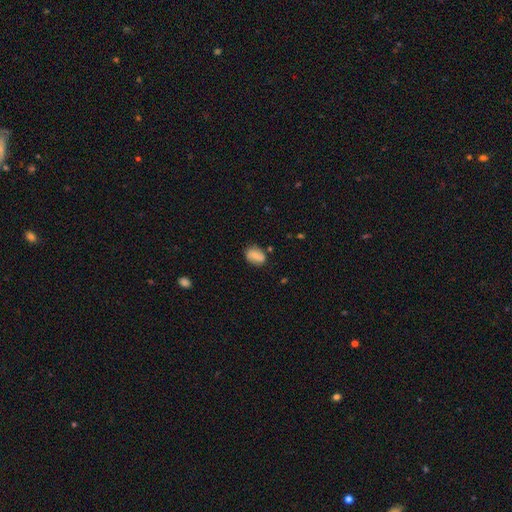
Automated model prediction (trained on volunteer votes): Morphology: type=smooth (73%); roundness=in between (77%); merging=none (76%).